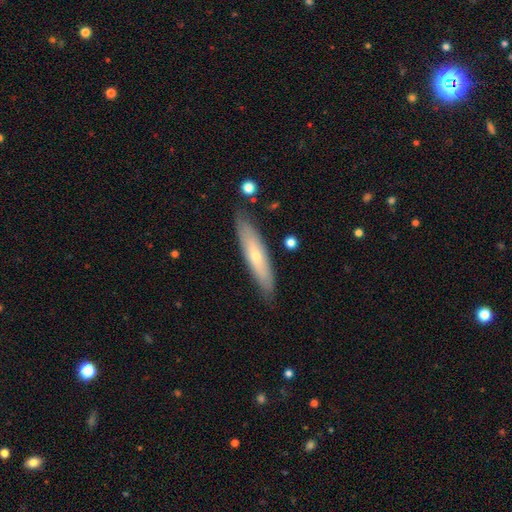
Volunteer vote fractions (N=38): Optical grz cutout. It shows a featured or disk galaxy (58%) viewed edge-on (68%) with a rounded central bulge (60%). Merging: none (86%).